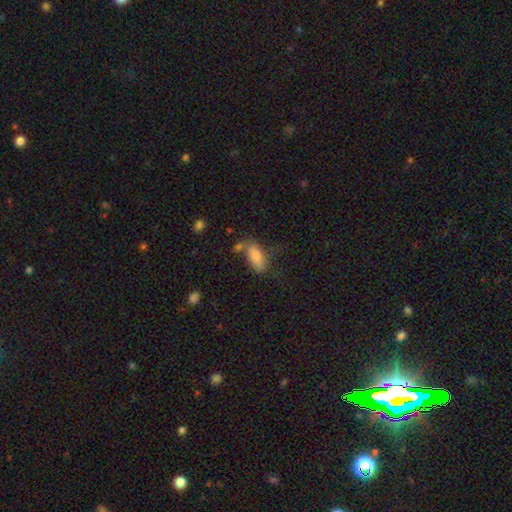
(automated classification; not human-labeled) Smooth or featured? smooth (80%)
How rounded? in between (83%)
Merging? none (43%)